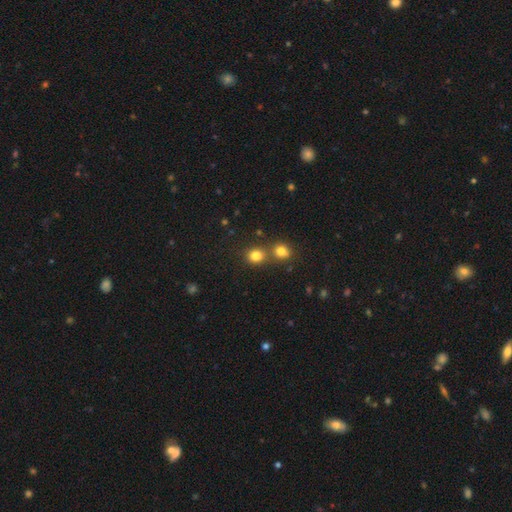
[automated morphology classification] smooth 80%, star or artifact 14%, featured or disk 6%. Down the decision tree: how rounded — round (79%); merging — none (63%).